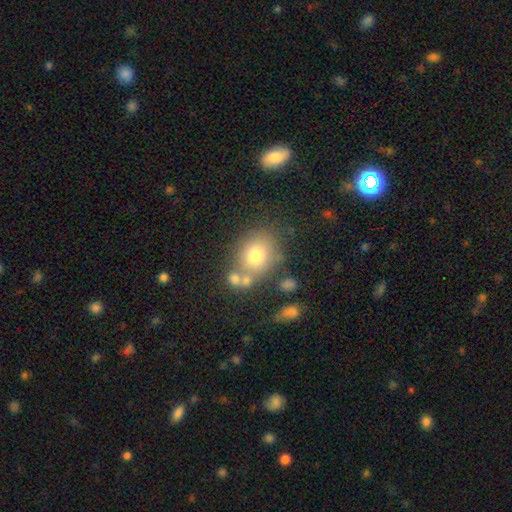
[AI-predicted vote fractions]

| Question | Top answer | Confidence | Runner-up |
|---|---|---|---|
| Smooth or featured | smooth | 73% | featured or disk (16%) |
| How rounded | round | 61% | in between (38%) |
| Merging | none | 59% | merger (19%) |